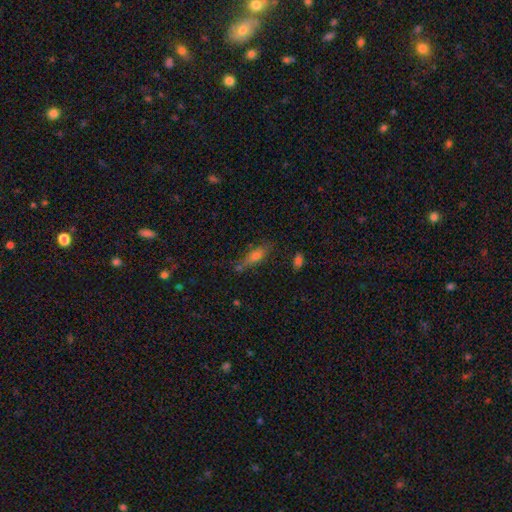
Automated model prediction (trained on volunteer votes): Smooth or featured: smooth — 59% (featured or disk — 28%)
How rounded: cigar-shaped — 55% (in between — 41%)
Merging: none — 66% (minor disturbance — 20%)